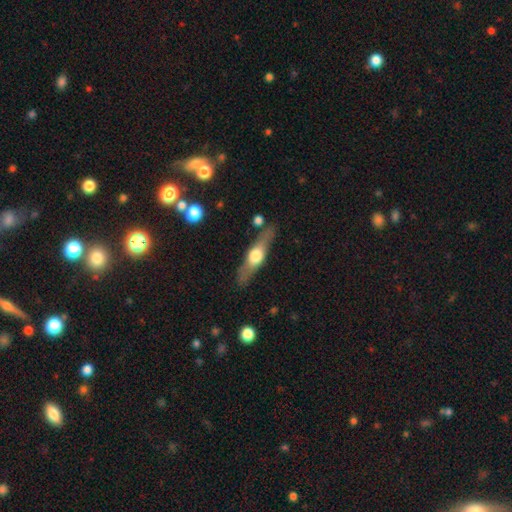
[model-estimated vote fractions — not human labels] Smooth or featured? Predicted: featured or disk (p=0.62). Edge-on disk? Predicted: yes (p=0.93). Edge-on bulge? Predicted: rounded (p=0.94). Merging? Predicted: none (p=0.82).